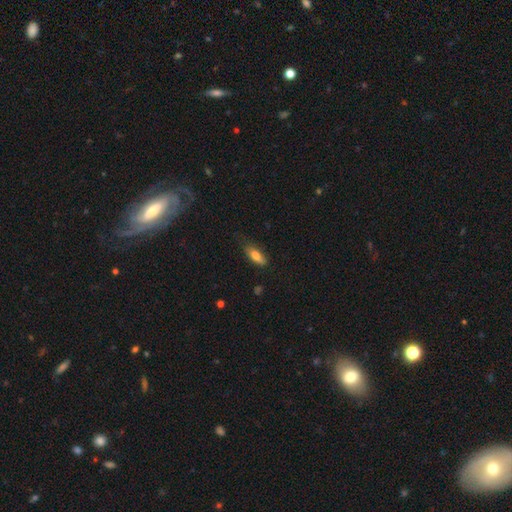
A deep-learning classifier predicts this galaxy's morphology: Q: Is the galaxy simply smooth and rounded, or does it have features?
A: smooth — 74%.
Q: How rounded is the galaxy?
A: in between — 70%.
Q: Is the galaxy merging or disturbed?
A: none — 65%.